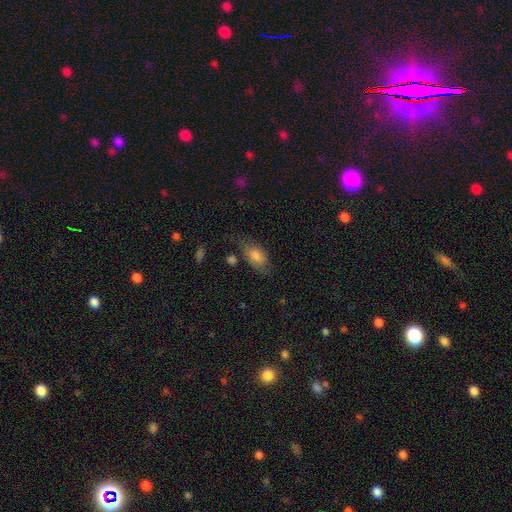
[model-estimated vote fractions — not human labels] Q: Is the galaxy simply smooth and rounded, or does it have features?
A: smooth — 77%.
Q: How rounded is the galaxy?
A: in between — 89%.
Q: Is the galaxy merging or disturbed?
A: none — 64%.